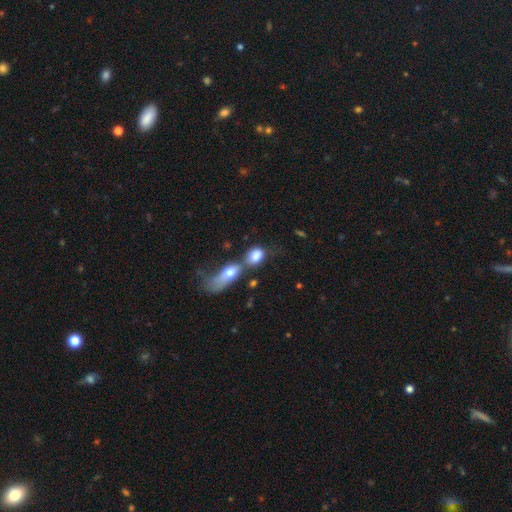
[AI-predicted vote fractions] Smooth or featured? Predicted: smooth (p=0.79). How rounded? Predicted: in between (p=0.72). Merging? Predicted: merger (p=0.61).